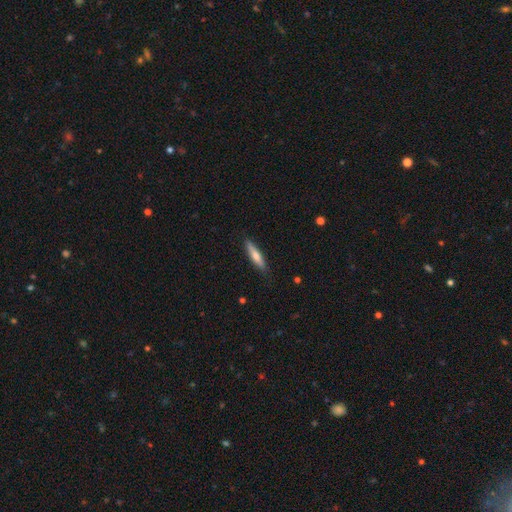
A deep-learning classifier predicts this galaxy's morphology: Smooth or featured?
  - smooth: 61% *
  - featured or disk: 33%
  - star or artifact: 6%
How rounded?
  - cigar-shaped: 83% *
  - in between: 15%
  - round: 2%
Merging?
  - none: 86% *
  - minor disturbance: 11%
  - major disturbance: 2%
  - merger: 1%